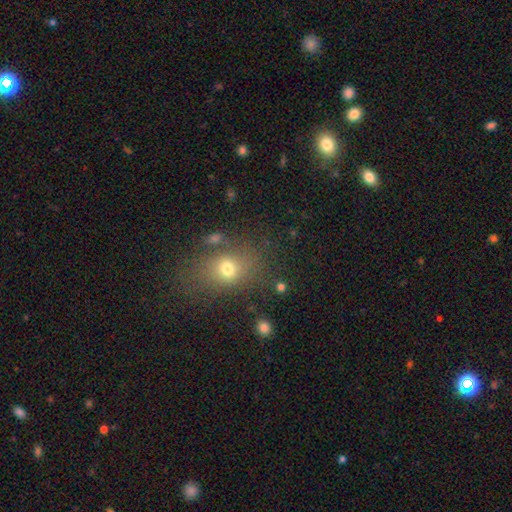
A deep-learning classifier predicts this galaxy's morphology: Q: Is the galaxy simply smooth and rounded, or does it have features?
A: smooth — 63%.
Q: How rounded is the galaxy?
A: in between — 55%.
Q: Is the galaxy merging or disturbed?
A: none — 78%.